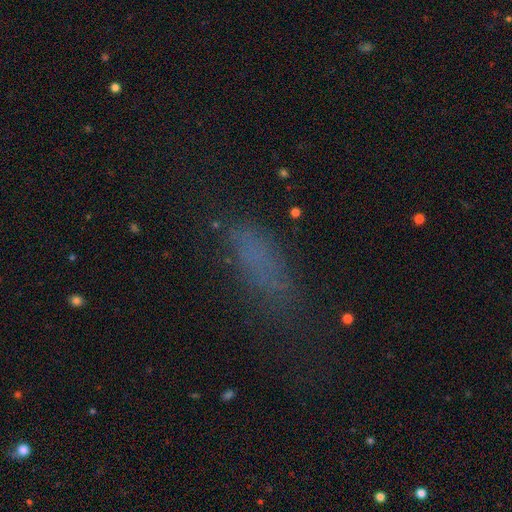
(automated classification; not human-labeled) Morphology: type=smooth (64%); roundness=in between (54%); merging=none (56%).